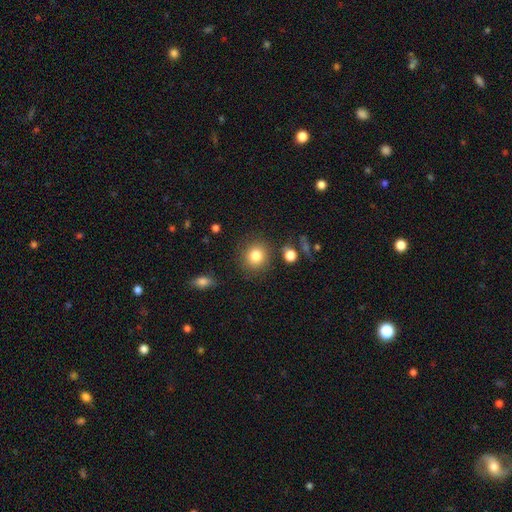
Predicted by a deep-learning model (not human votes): This appears to be a smooth galaxy with no disk features (82%) that is round (86%). Merging: none (85%).